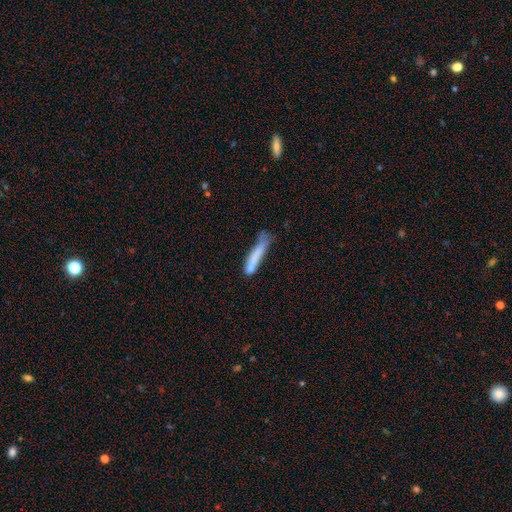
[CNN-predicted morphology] smooth-or-featured: smooth: 71% | featured or disk: 21% | star or artifact: 8%
  how-rounded: cigar-shaped: 90% | in between: 9% | round: 2%
  merging: none: 40% | minor disturbance: 27% | major disturbance: 19% | merger: 15%